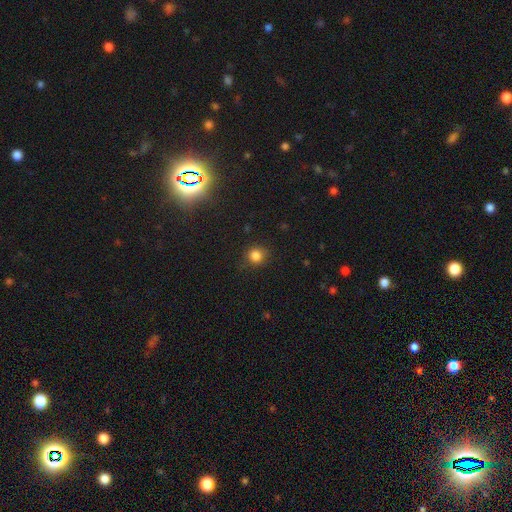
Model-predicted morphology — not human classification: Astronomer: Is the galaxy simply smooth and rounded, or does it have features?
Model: smooth — 83%.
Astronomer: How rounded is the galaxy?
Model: round — 88%.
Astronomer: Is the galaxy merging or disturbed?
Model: none — 85%.